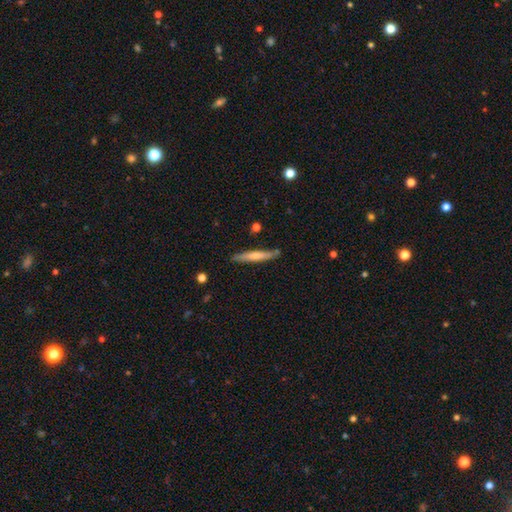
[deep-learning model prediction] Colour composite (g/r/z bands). It shows a smooth galaxy with no disk features (60%) that is cigar-shaped (94%). Merging: none (82%).